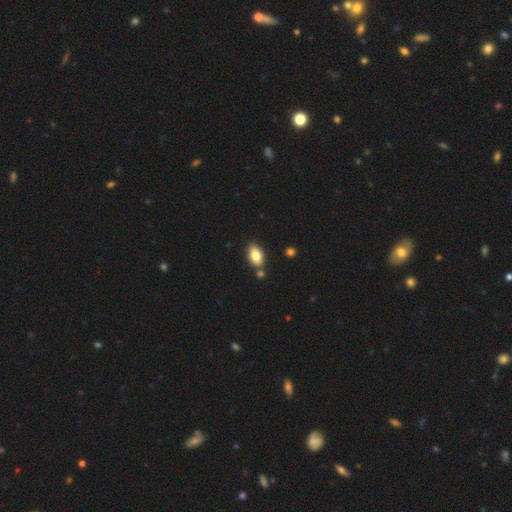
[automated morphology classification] smooth-or-featured: smooth: 84% | featured or disk: 9% | star or artifact: 7%
  how-rounded: in between: 91% | round: 6% | cigar-shaped: 3%
  merging: none: 73% | merger: 12% | minor disturbance: 12% | major disturbance: 3%